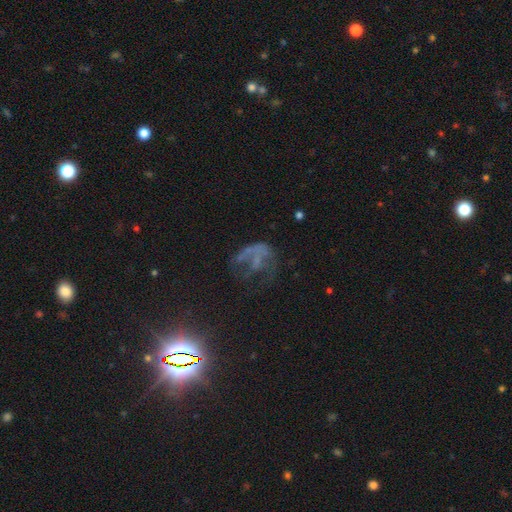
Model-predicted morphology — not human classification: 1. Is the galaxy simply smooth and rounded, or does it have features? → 50% featured or disk, 26% star or artifact, 23% smooth.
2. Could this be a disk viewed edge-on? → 97% no, 3% yes.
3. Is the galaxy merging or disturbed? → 48% major disturbance, 30% none, 16% minor disturbance, 6% merger.